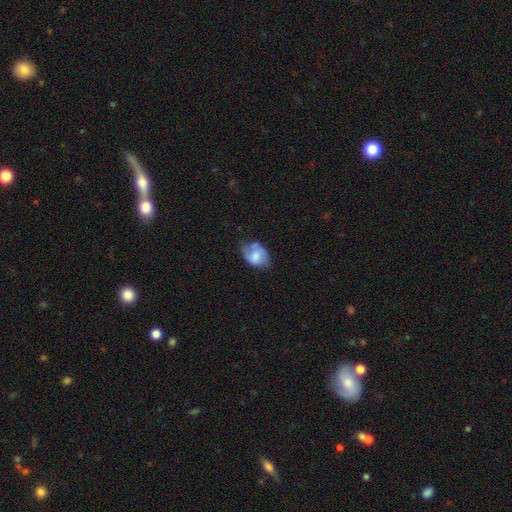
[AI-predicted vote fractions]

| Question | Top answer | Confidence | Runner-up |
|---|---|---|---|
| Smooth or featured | smooth | 60% | featured or disk (32%) |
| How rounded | in between | 74% | round (25%) |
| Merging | none | 44% | minor disturbance (37%) |